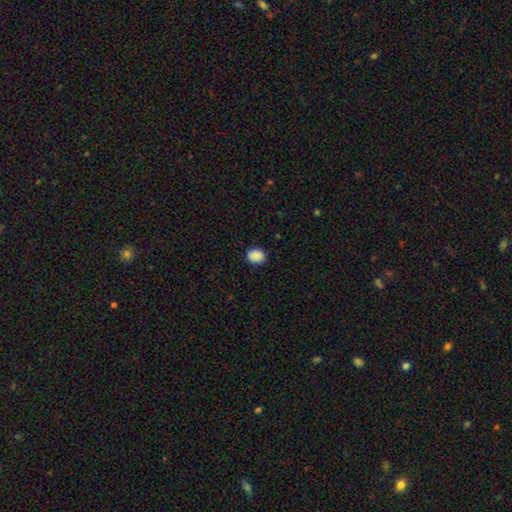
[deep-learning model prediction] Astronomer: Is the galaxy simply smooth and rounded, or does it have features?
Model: smooth — 89%.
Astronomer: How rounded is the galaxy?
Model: round — 54% (runner-up: in between, 45%).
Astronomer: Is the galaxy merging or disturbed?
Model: none — 89%.